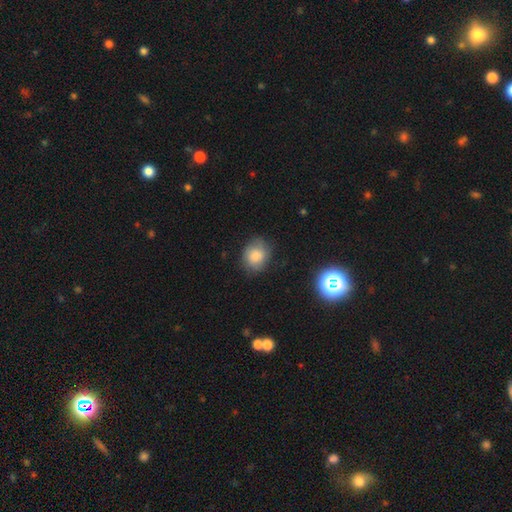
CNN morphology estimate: type=smooth (80%); roundness=round (65%); merging=none (75%).